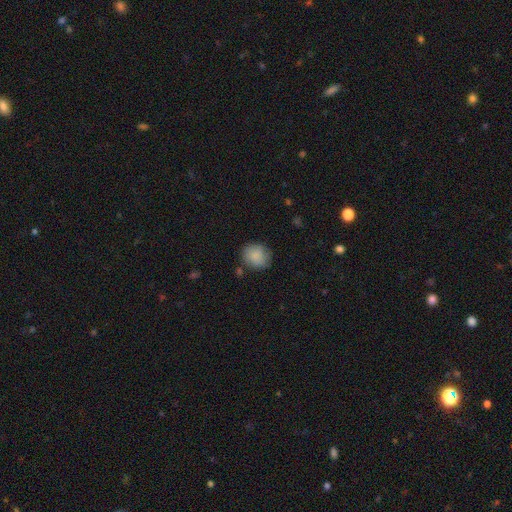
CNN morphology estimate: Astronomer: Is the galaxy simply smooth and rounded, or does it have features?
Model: smooth — 86%.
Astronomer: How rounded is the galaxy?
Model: round — 79%.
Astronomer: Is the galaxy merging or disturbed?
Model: none — 76%.